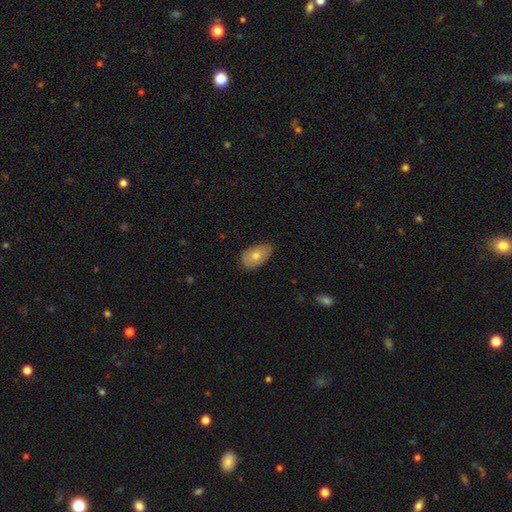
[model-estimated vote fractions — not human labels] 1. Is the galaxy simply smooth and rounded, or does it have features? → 71% smooth, 23% featured or disk, 7% star or artifact.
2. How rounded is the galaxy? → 91% in between, 7% round, 2% cigar-shaped.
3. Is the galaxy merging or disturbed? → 69% none, 26% minor disturbance, 4% major disturbance, 1% merger.